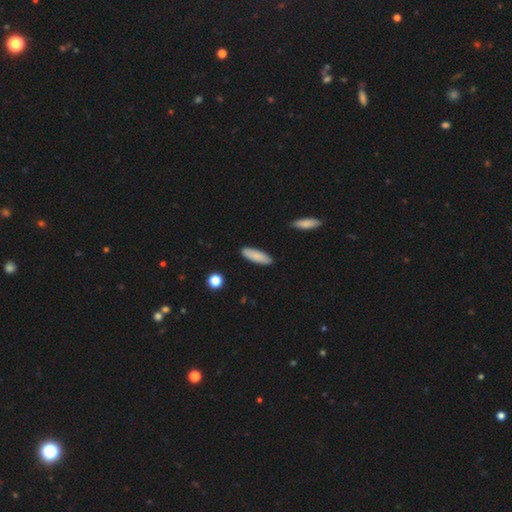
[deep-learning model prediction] This is clearly a smooth galaxy (86%). How rounded: possibly in between (56%). Merging: clearly none (89%).